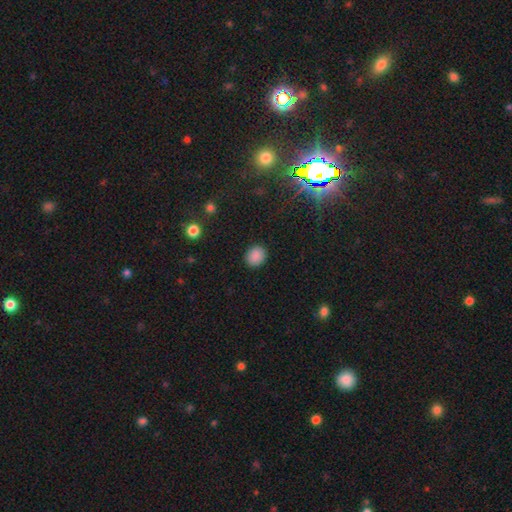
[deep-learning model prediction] Q: Smooth or featured?
A: smooth (87%); runner-up: star or artifact (10%)
Q: How rounded?
A: round (66%); runner-up: in between (33%)
Q: Merging?
A: none (90%); runner-up: minor disturbance (7%)